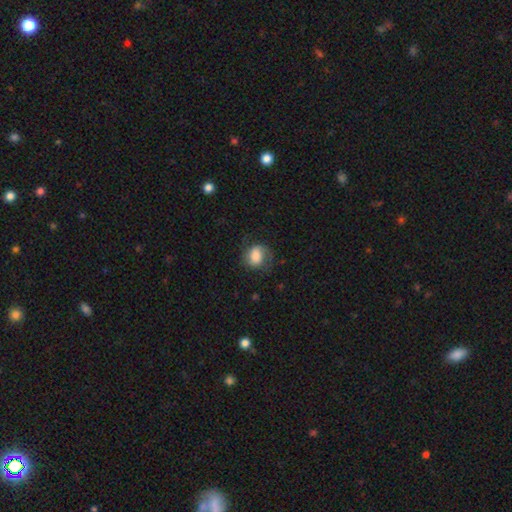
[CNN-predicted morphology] A smooth galaxy with no disk features (63%) that is round (50%). Merging: none (60%).